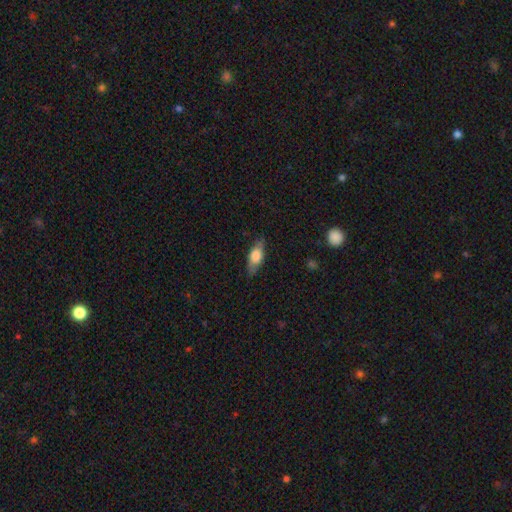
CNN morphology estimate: Smooth or featured?
  - smooth: 65% *
  - featured or disk: 29%
  - star or artifact: 6%
How rounded?
  - in between: 73% *
  - cigar-shaped: 23%
  - round: 4%
Merging?
  - none: 80% *
  - minor disturbance: 15%
  - major disturbance: 4%
  - merger: 1%